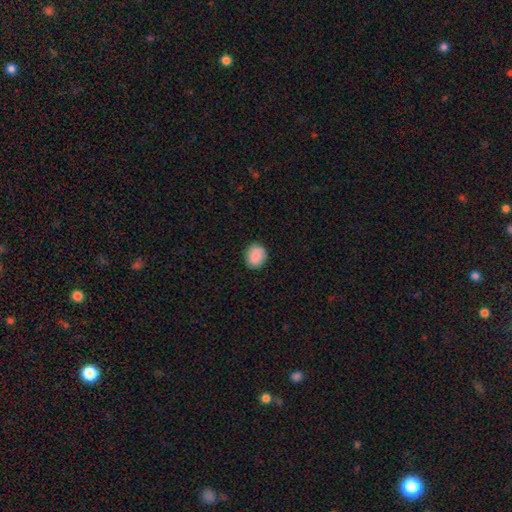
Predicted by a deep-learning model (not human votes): A smooth galaxy with no disk features (88%) that is round (58%). Merging: none (88%).